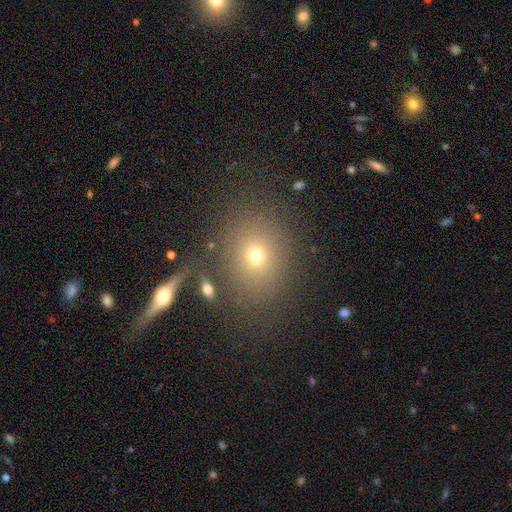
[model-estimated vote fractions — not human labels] smooth-or-featured: smooth: 67% | star or artifact: 19% | featured or disk: 14%
  how-rounded: round: 65% | in between: 34% | cigar-shaped: 1%
  merging: none: 79% | minor disturbance: 10% | major disturbance: 6% | merger: 5%